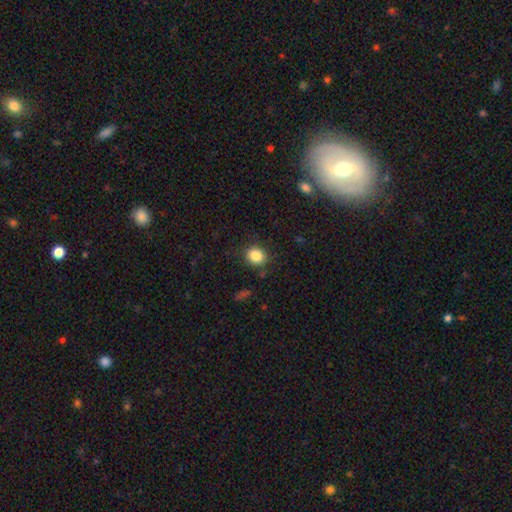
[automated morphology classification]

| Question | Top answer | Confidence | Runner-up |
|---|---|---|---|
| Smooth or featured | smooth | 85% | star or artifact (10%) |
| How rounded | round | 71% | in between (28%) |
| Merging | none | 83% | minor disturbance (12%) |